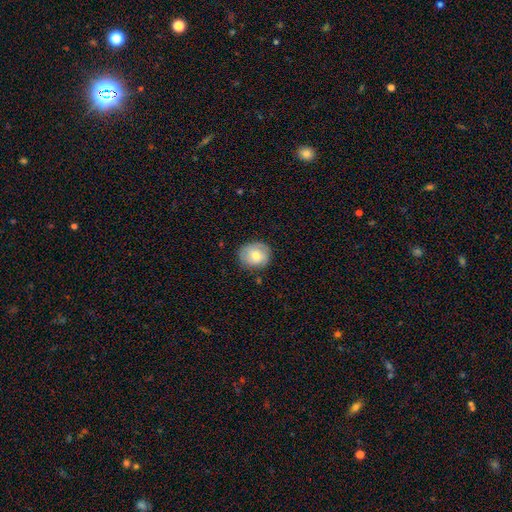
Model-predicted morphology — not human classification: Q: Smooth or featured?
A: smooth (69%); runner-up: featured or disk (24%)
Q: How rounded?
A: round (72%); runner-up: in between (27%)
Q: Merging?
A: none (77%); runner-up: minor disturbance (18%)